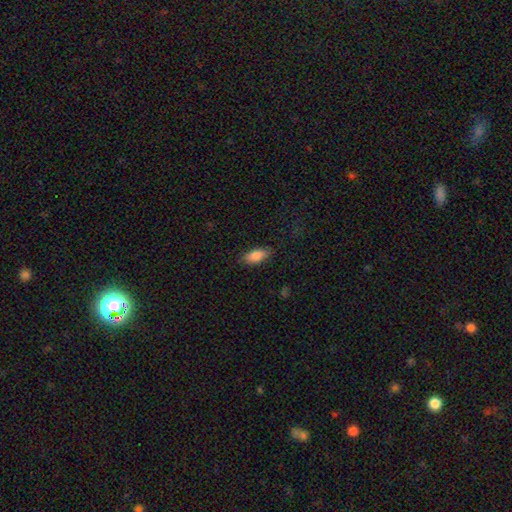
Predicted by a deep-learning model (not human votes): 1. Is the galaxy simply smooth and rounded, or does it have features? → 86% smooth, 7% featured or disk, 7% star or artifact.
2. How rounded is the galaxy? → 87% in between, 10% cigar-shaped, 3% round.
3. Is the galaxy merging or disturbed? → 81% none, 14% minor disturbance, 4% major disturbance, 1% merger.